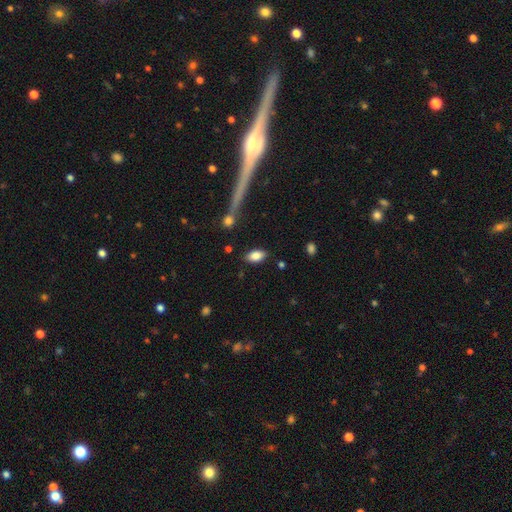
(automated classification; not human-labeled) The model was most divided on "merging": none: 82%, minor disturbance: 11%, merger: 4%, major disturbance: 3%. More confident: how rounded — in between (91%); smooth or featured — smooth (84%).